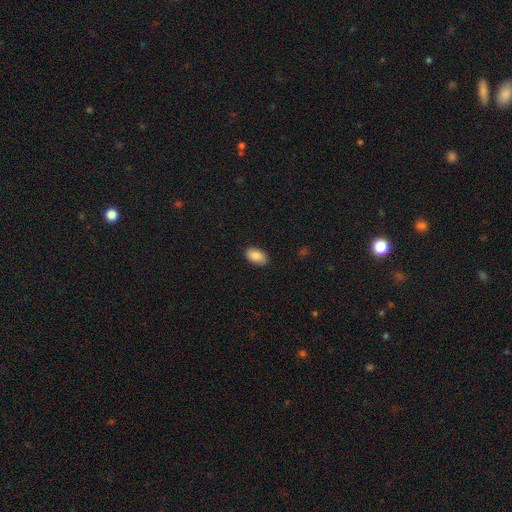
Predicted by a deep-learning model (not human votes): Smooth or featured? Predicted: smooth (p=0.88). How rounded? Predicted: in between (p=0.94). Merging? Predicted: none (p=0.87).